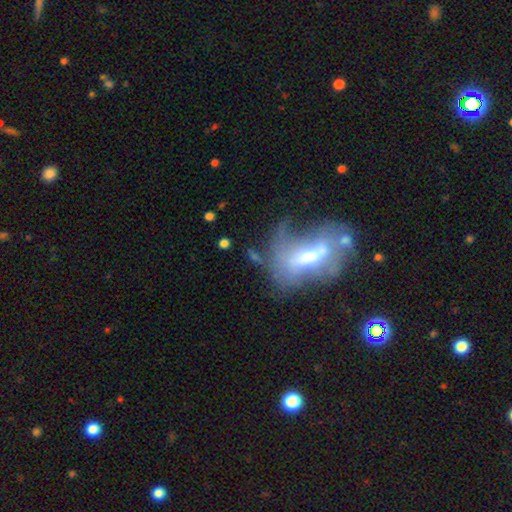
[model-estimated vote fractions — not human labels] featured or disk 54%, smooth 33%, star or artifact 13%. Down the decision tree: edge-on disk — no (87%); merging — major disturbance (32%).